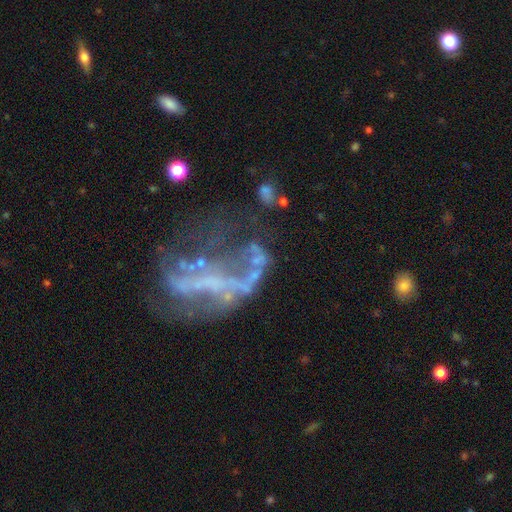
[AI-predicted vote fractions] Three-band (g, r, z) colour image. It shows a featured or disk galaxy (51%). Merging: major disturbance (35%).